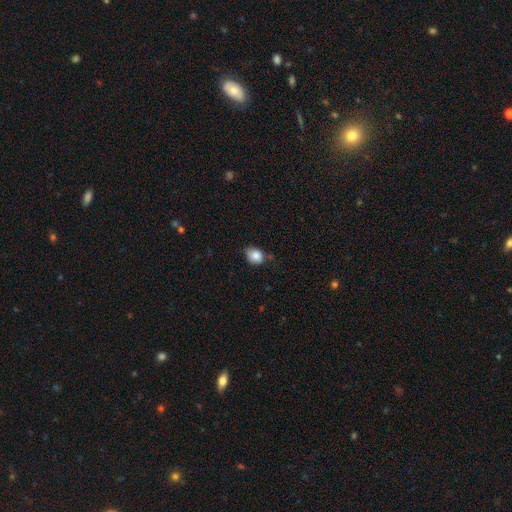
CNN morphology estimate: A smooth galaxy with no disk features (85%) that is in between round and cigar-shaped (57%).

Vote fractions:
- Smooth or featured? smooth: 85% / star or artifact: 8% / featured or disk: 6%
- How rounded? in between: 57% / round: 42% / cigar-shaped: 1%
- Merging? none: 62% / minor disturbance: 30% / major disturbance: 5% / merger: 3%